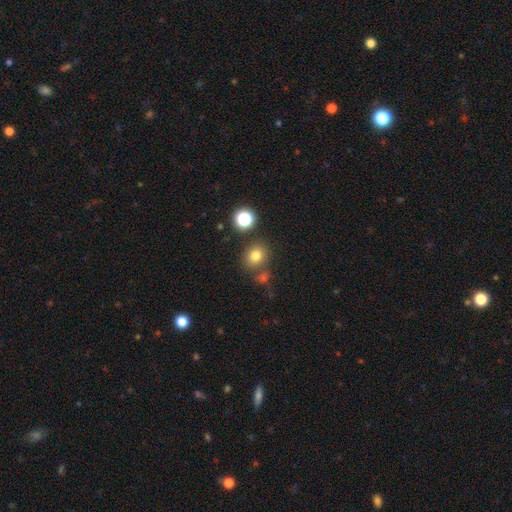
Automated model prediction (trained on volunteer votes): This is likely a smooth galaxy (77%). How rounded: likely round (73%). Merging: likely none (73%).